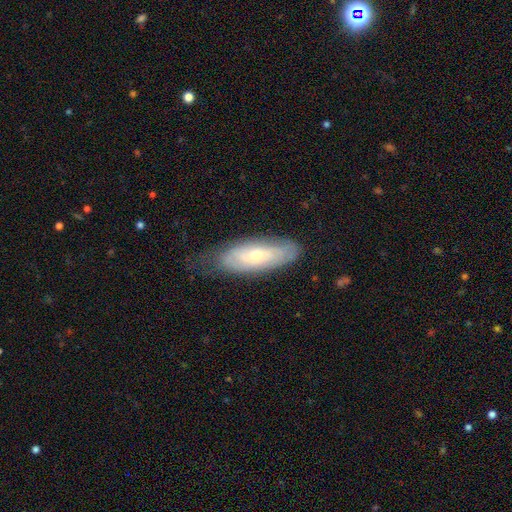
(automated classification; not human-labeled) Overall: featured or disk (48%; smooth 45%). Merging: none (64%; minor disturbance 27%).